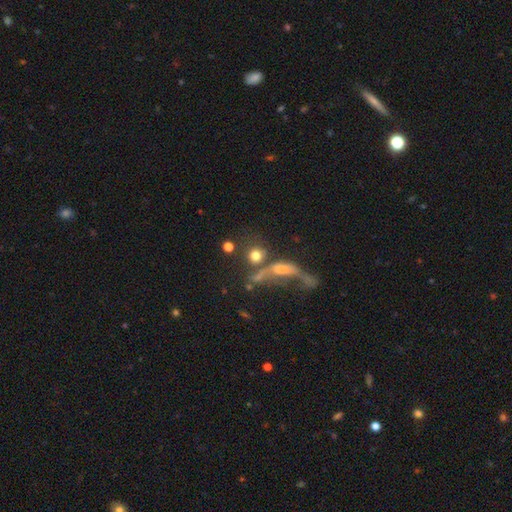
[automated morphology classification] Smooth or featured: smooth — 71% (featured or disk — 15%)
How rounded: round — 82% (in between — 14%)
Merging: none — 42% (merger — 35%)